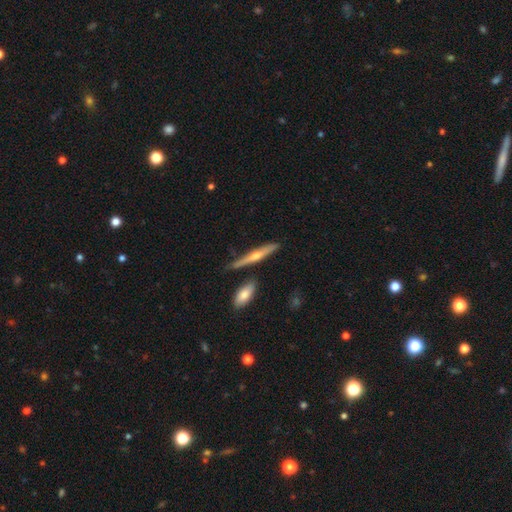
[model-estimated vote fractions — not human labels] This is likely a featured or disk galaxy (69%). It is clearly viewed edge-on (96%). Edge-on bulge: clearly rounded (87%). Merging: likely none (80%).